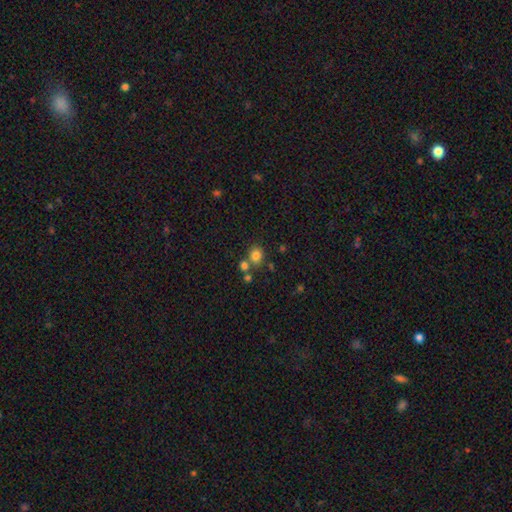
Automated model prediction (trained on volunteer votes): Smooth or featured: smooth — 79% (star or artifact — 14%)
How rounded: round — 71% (in between — 28%)
Merging: none — 64% (merger — 22%)